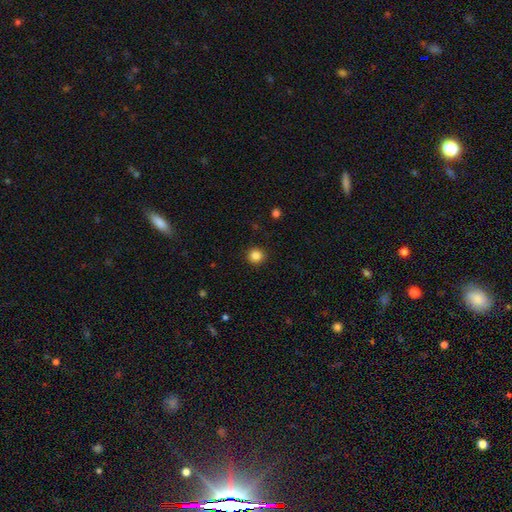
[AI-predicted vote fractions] Smooth or featured: smooth — 86% (star or artifact — 11%)
How rounded: round — 93% (in between — 6%)
Merging: none — 91% (minor disturbance — 6%)